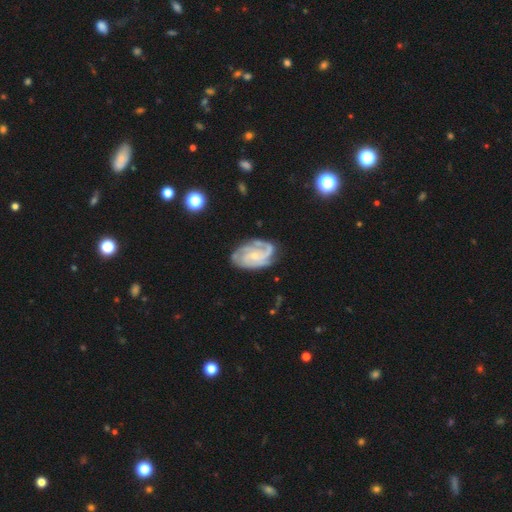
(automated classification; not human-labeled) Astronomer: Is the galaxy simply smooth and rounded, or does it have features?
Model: featured or disk — 87%.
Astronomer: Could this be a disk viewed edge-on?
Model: no — 97%.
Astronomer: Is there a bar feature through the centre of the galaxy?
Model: no — 68%.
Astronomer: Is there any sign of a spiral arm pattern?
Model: yes — 97%.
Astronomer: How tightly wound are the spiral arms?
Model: tight — 55% (runner-up: medium, 37%).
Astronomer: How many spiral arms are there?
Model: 3 — 42% (runner-up: 2, 20%).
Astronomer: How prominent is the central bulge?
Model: small — 68%.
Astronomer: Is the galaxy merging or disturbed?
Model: none — 68%.